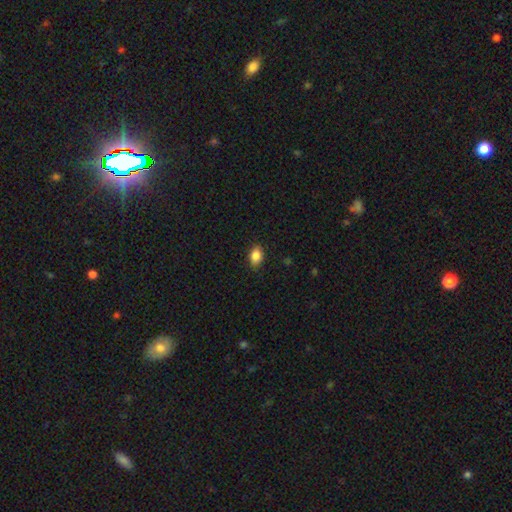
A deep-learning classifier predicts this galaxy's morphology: smooth 86%, star or artifact 9%, featured or disk 6%. Down the decision tree: how rounded — in between (81%); merging — none (85%).